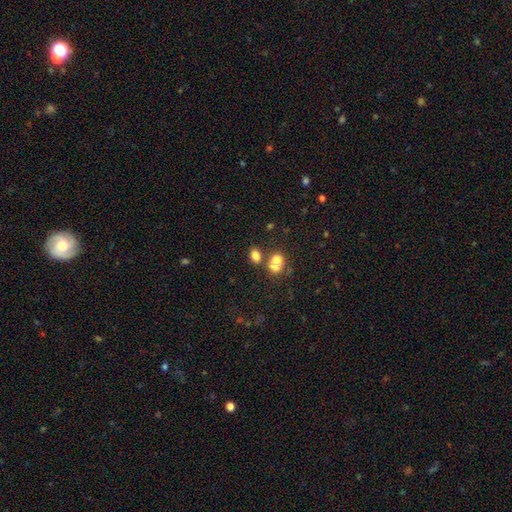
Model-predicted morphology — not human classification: Smooth or featured? Predicted: smooth (p=0.75). How rounded? Predicted: in between (p=0.63). Merging? Predicted: merger (p=0.46).